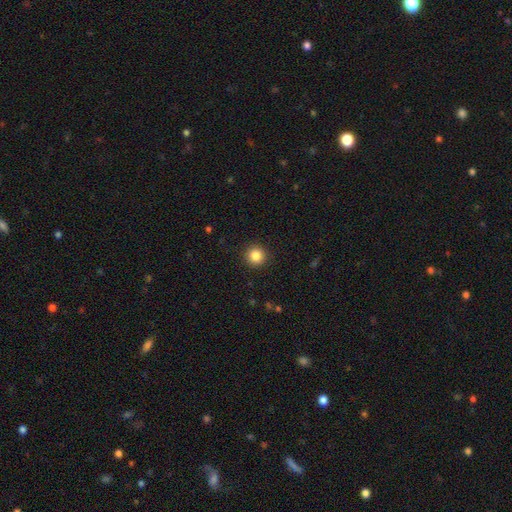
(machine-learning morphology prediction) A smooth galaxy with no disk features (85%) that is round (94%).

Vote fractions:
- Smooth or featured? smooth: 85% / star or artifact: 10% / featured or disk: 4%
- How rounded? round: 94% / in between: 5% / cigar-shaped: 1%
- Merging? none: 92% / minor disturbance: 5% / major disturbance: 2% / merger: 1%